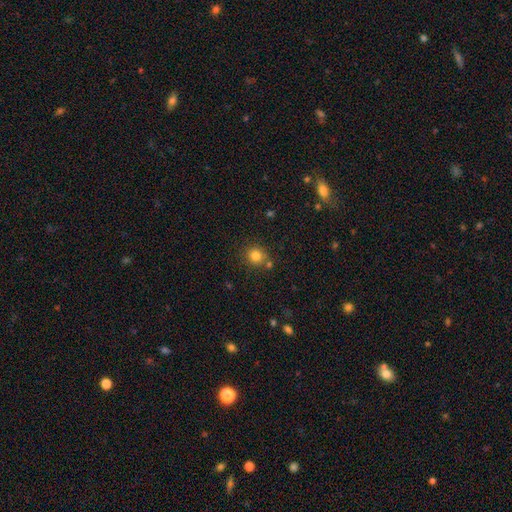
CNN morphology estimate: type=smooth (82%); roundness=round (87%); merging=none (75%).